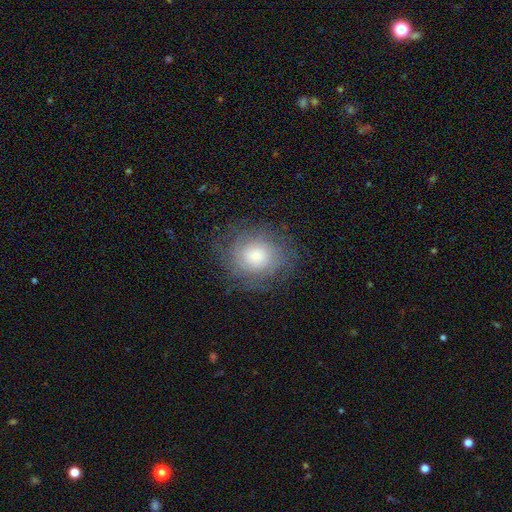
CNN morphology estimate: Smooth or featured? Predicted: featured or disk (p=0.51). Edge-on disk? Predicted: no (p=0.97). Merging? Predicted: none (p=0.76).